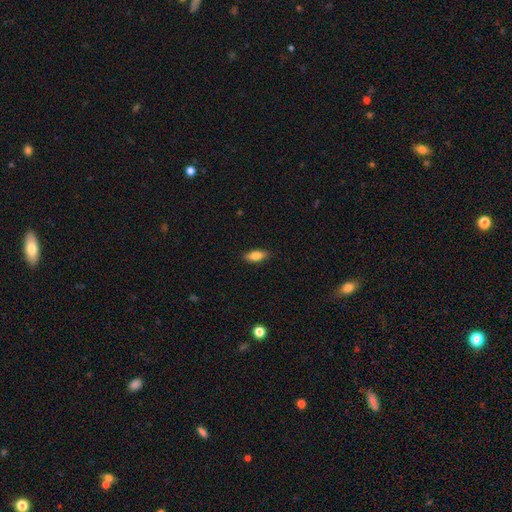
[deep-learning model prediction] Overall: smooth (82%). How rounded: in between (80%). Merging: none (87%).